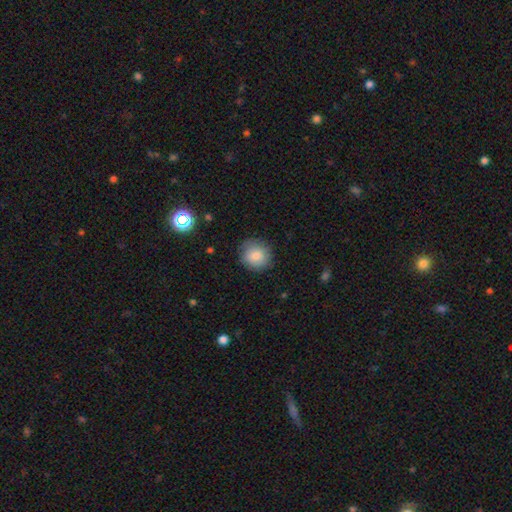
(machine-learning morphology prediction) Smooth or featured?
  - smooth: 81% *
  - star or artifact: 10%
  - featured or disk: 9%
How rounded?
  - round: 87% *
  - in between: 12%
  - cigar-shaped: 1%
Merging?
  - none: 83% *
  - minor disturbance: 13%
  - major disturbance: 3%
  - merger: 1%